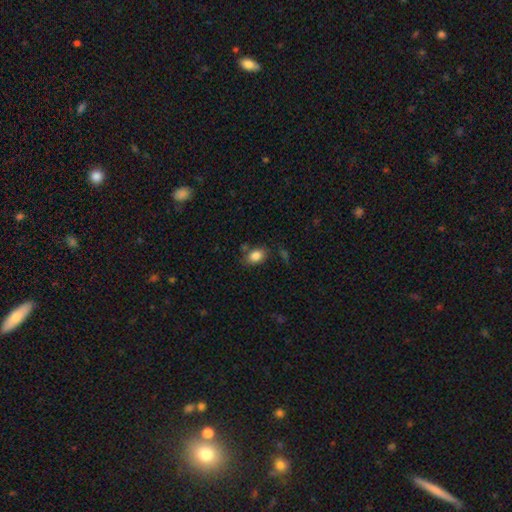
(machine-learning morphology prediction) This is clearly a smooth galaxy (85%). How rounded: likely in between (76%). Merging: likely none (74%).